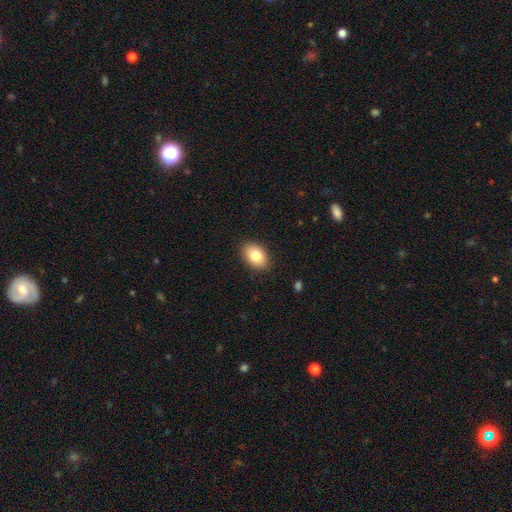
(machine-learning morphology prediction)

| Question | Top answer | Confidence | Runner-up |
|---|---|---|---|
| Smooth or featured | smooth | 82% | featured or disk (10%) |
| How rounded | in between | 86% | round (12%) |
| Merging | none | 88% | minor disturbance (8%) |